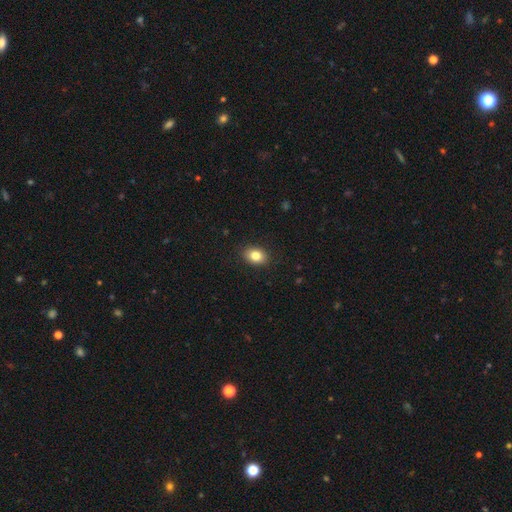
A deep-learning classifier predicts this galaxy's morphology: Smooth or featured: smooth — 84% (star or artifact — 9%)
How rounded: in between — 73% (round — 26%)
Merging: none — 89% (minor disturbance — 8%)